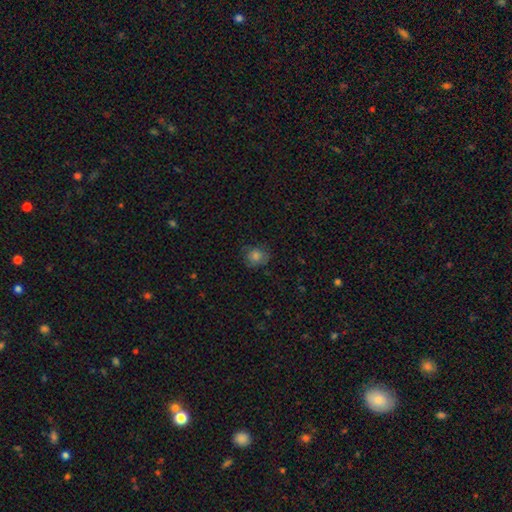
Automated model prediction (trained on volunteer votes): This is likely a smooth galaxy (75%). How rounded: likely round (76%). Merging: likely none (74%).